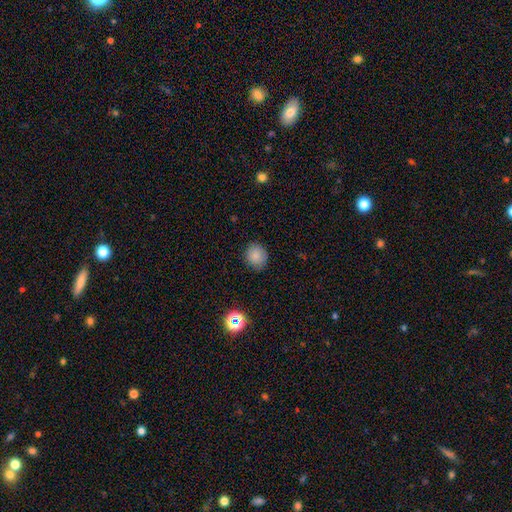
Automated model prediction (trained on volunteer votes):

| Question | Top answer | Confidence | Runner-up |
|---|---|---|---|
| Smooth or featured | smooth | 83% | star or artifact (11%) |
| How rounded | round | 75% | in between (24%) |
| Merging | none | 83% | minor disturbance (13%) |